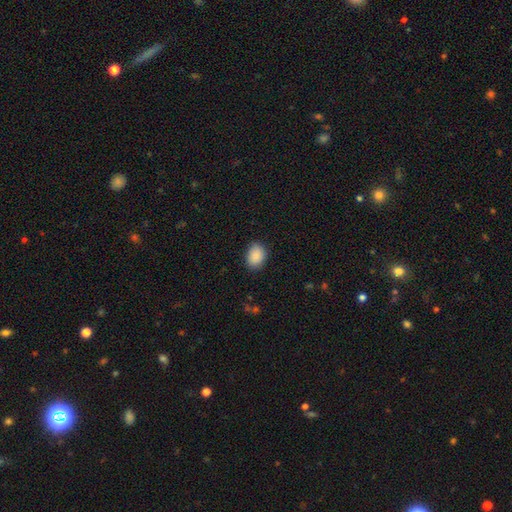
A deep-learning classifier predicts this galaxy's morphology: The model was most divided on "how rounded": in between: 70%, round: 29%, cigar-shaped: 1%. More confident: smooth or featured — smooth (89%); merging — none (84%).